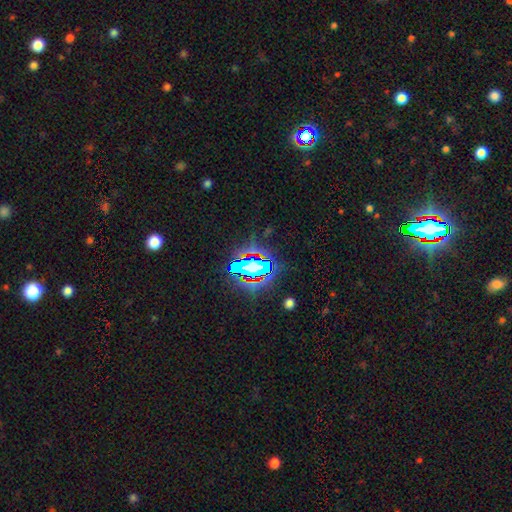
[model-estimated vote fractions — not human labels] Smooth or featured? star or artifact (82%)